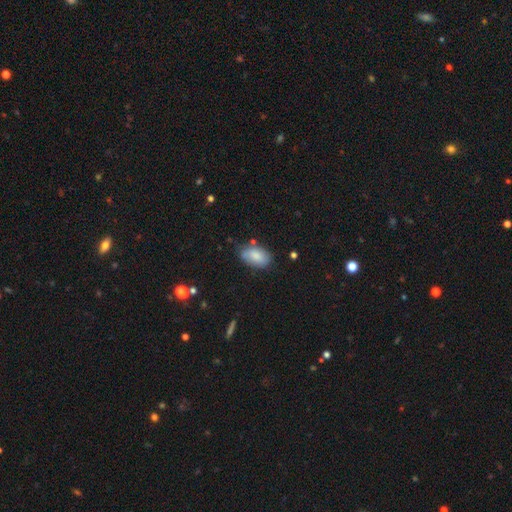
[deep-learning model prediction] smooth 81%, featured or disk 13%, star or artifact 7%. Down the decision tree: how rounded — in between (92%); merging — none (67%).